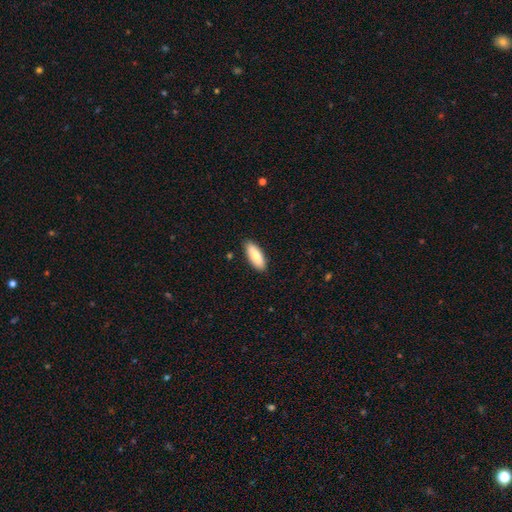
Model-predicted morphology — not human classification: This appears to be a smooth galaxy with no disk features (81%) that is in between round and cigar-shaped (73%). Merging: none (89%).